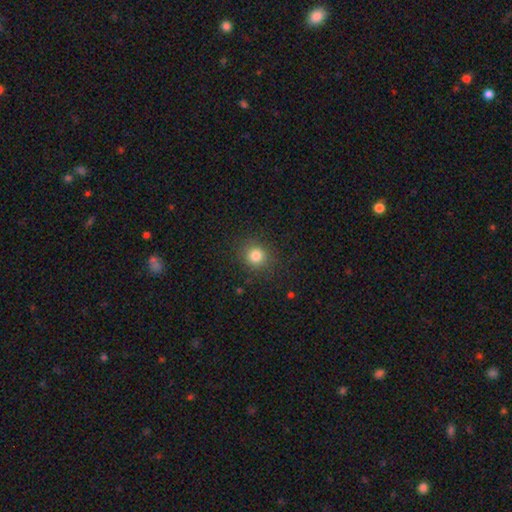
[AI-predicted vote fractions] This is clearly a smooth galaxy (82%). How rounded: clearly round (86%). Merging: clearly none (87%).